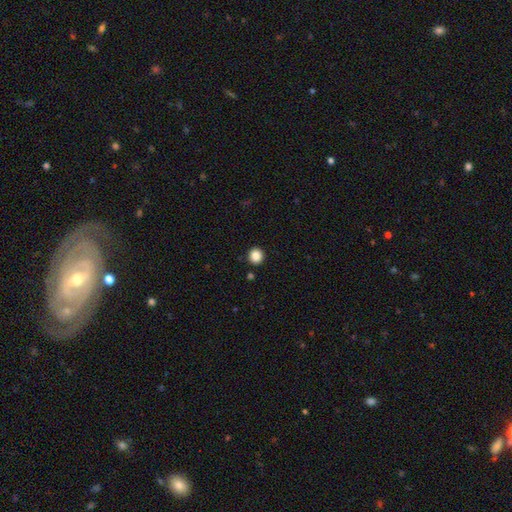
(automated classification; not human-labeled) A smooth galaxy with no disk features (86%) that is round (91%).

Vote fractions:
- Smooth or featured? smooth: 86% / star or artifact: 10% / featured or disk: 3%
- How rounded? round: 91% / in between: 8% / cigar-shaped: 1%
- Merging? none: 92% / minor disturbance: 5% / major disturbance: 2% / merger: 2%